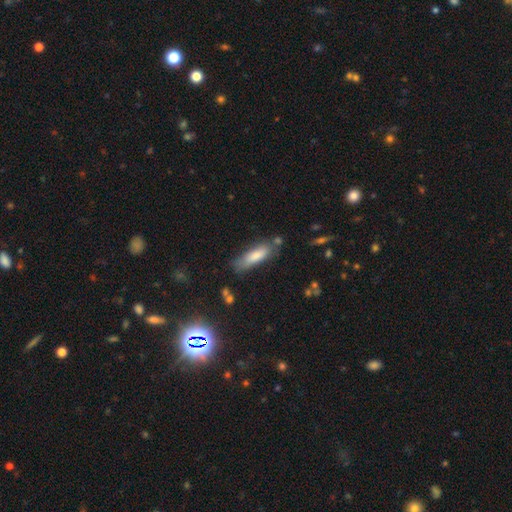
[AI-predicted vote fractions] Smooth or featured? Predicted: smooth (p=0.78). How rounded? Predicted: cigar-shaped (p=0.53). Merging? Predicted: none (p=0.66).